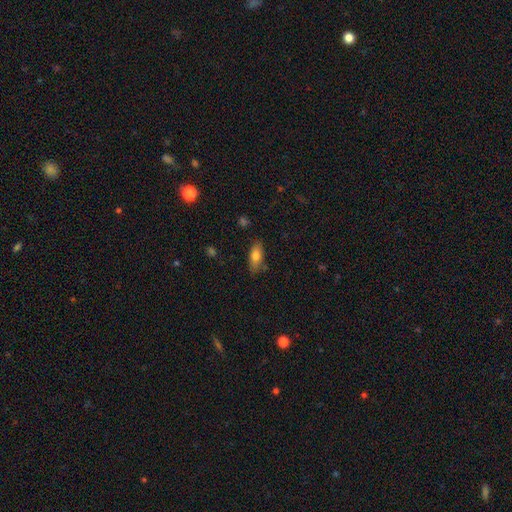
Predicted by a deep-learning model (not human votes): This is likely a smooth galaxy (78%). How rounded: clearly in between (82%). Merging: likely none (78%).